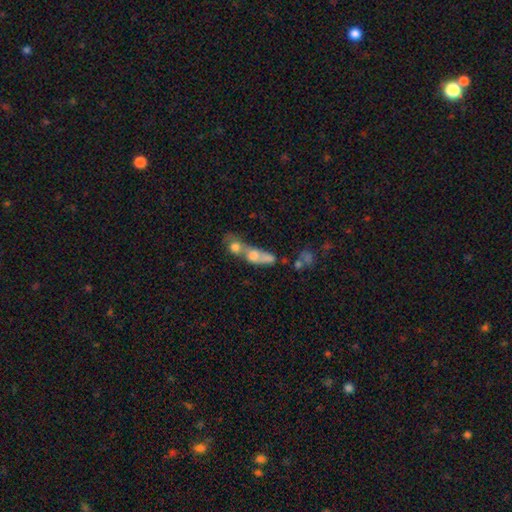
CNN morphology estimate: smooth 60%, featured or disk 28%, star or artifact 12%. Down the decision tree: how rounded — in between (48%); merging — merger (73%).